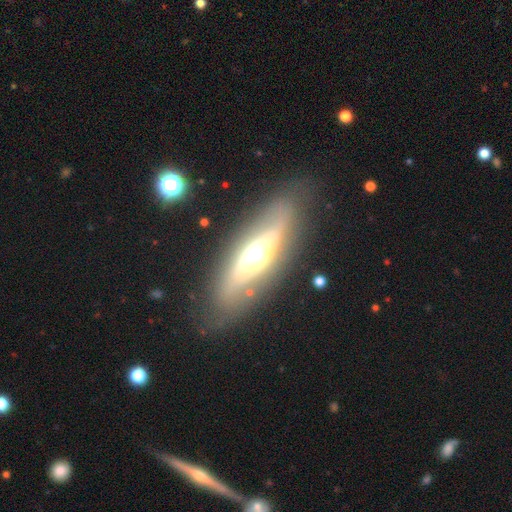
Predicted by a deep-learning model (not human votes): This appears to be a featured or disk galaxy (58%) viewed edge-on (57%). Merging: none (76%).